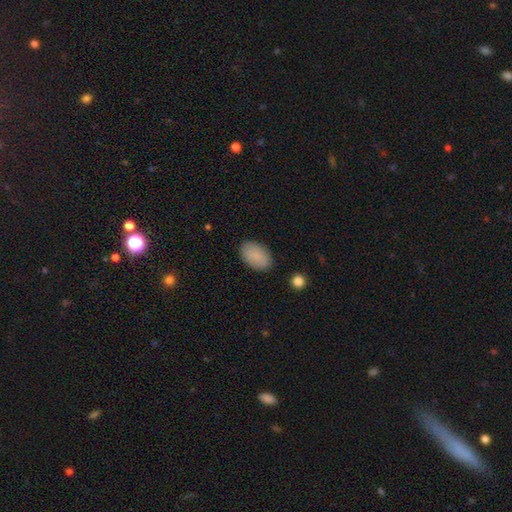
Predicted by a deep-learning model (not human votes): smooth-or-featured: smooth: 85% | featured or disk: 8% | star or artifact: 7%
  how-rounded: in between: 92% | round: 7% | cigar-shaped: 1%
  merging: none: 86% | minor disturbance: 10% | major disturbance: 2% | merger: 1%